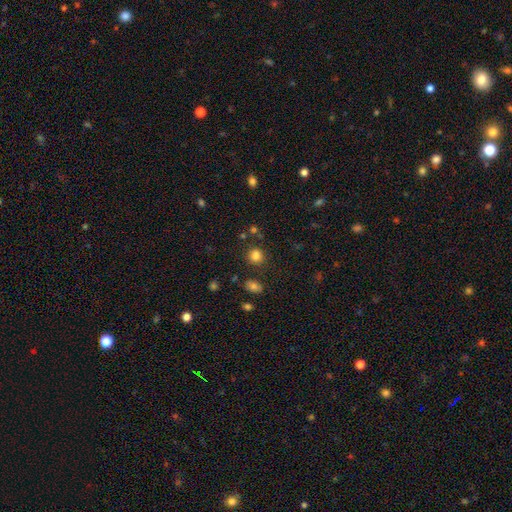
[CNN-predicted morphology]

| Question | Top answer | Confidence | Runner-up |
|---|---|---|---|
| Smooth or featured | smooth | 82% | star or artifact (13%) |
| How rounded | round | 82% | in between (17%) |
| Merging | none | 82% | minor disturbance (9%) |